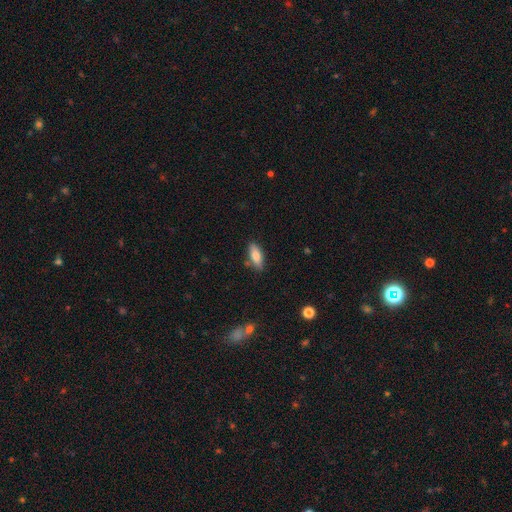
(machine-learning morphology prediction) Smooth or featured: smooth — 79% (featured or disk — 14%)
How rounded: in between — 75% (cigar-shaped — 23%)
Merging: none — 79% (minor disturbance — 14%)